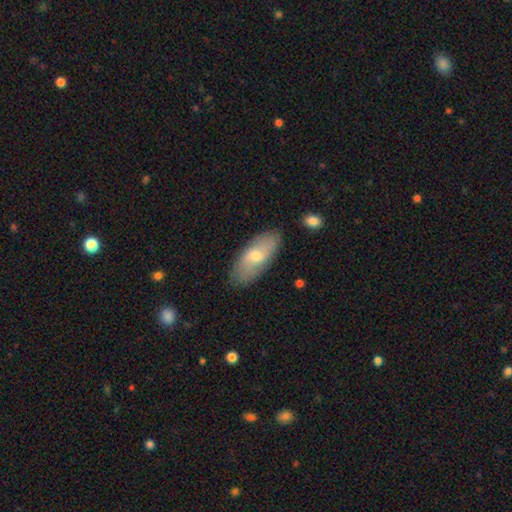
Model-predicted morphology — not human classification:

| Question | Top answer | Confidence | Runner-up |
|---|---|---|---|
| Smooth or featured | smooth | 57% | featured or disk (37%) |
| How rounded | in between | 82% | cigar-shaped (15%) |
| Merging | none | 82% | minor disturbance (14%) |